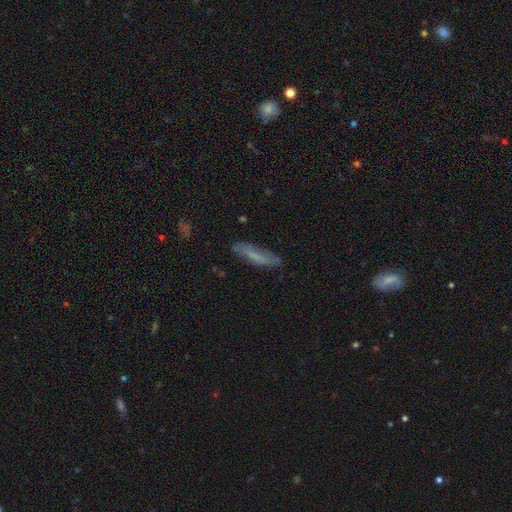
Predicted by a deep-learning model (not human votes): smooth-or-featured: smooth: 56% | featured or disk: 36% | star or artifact: 8%
  how-rounded: cigar-shaped: 77% | in between: 21% | round: 2%
  merging: none: 73% | minor disturbance: 20% | major disturbance: 5% | merger: 2%